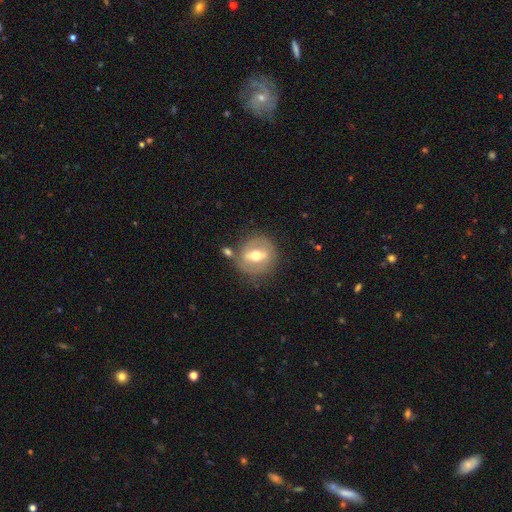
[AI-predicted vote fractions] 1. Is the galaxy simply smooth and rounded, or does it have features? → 62% featured or disk, 31% smooth, 7% star or artifact.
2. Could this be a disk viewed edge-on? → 85% no, 15% yes.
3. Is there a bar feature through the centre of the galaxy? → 54% strong, 32% weak, 14% no.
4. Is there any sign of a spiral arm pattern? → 70% no, 30% yes.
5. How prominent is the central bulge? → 73% moderate, 17% small, 8% large, 1% dominant, 1% none.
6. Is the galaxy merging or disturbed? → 72% none, 14% minor disturbance, 8% merger, 6% major disturbance.